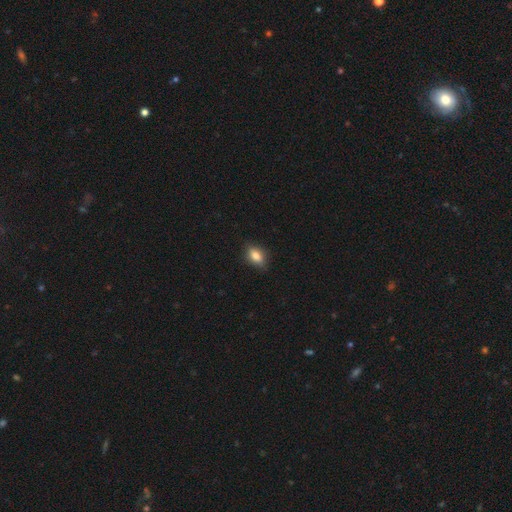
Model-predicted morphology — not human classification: type=smooth (83%); roundness=in between (84%); merging=none (84%).